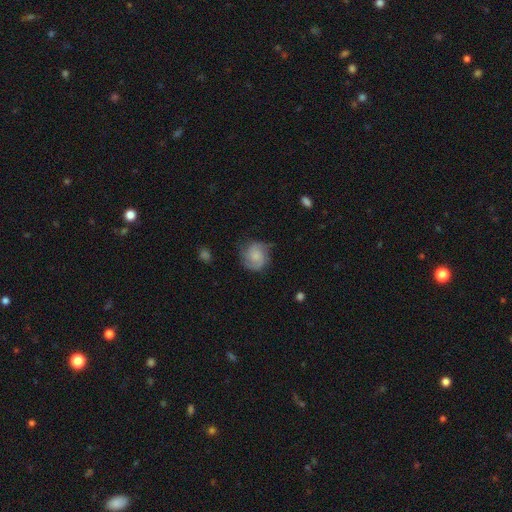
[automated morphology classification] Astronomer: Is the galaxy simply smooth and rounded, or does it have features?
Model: featured or disk — 54% (runner-up: smooth, 38%).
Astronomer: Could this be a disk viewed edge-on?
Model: no — 98%.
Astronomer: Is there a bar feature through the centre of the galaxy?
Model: no — 72%.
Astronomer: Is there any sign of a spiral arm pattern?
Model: yes — 92%.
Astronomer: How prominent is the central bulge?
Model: small — 41% (runner-up: none, 26%).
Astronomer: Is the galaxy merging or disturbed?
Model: none — 69%.